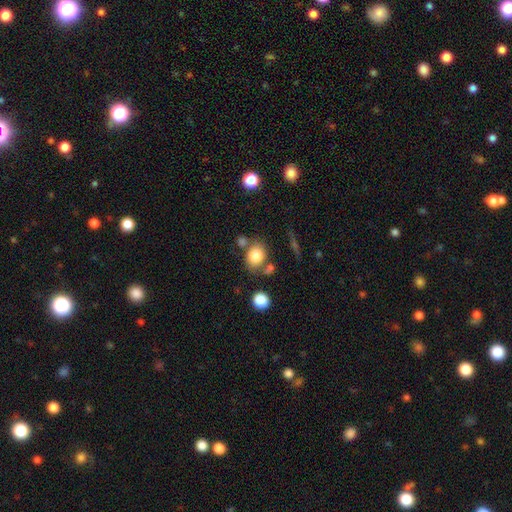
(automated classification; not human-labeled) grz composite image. It shows a smooth galaxy with no disk features (80%) that is round (54%). Merging: none (62%).